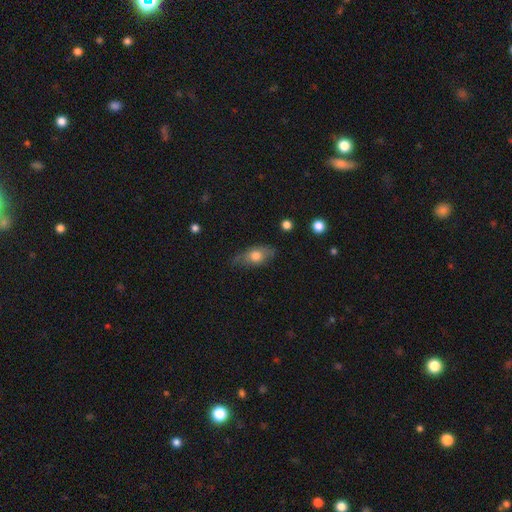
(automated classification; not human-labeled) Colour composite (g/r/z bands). It shows a smooth galaxy with no disk features (65%) that is in between round and cigar-shaped (79%). Merging: none (60%).